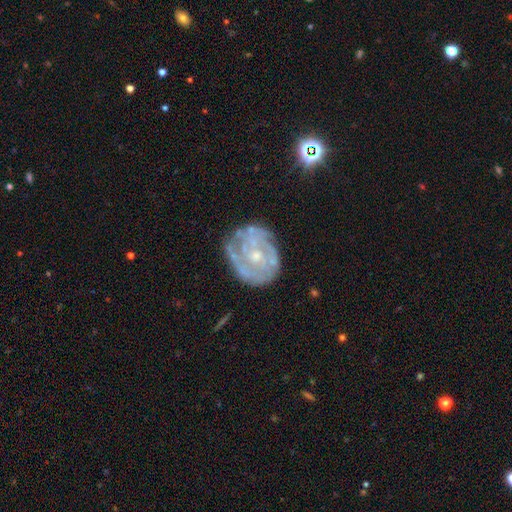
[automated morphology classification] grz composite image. It shows a featured or disk galaxy (77%) with no bar (75%), tight (62%) spiral arms (68%) and a small central bulge (55%). Merging: none (65%).